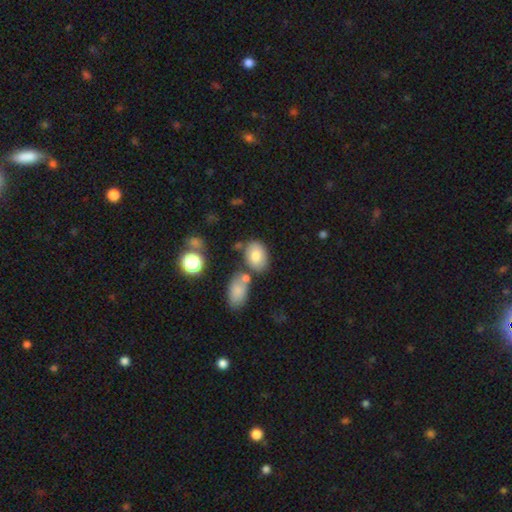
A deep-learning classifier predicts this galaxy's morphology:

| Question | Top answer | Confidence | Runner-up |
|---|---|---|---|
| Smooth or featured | smooth | 77% | featured or disk (14%) |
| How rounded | in between | 78% | round (20%) |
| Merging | none | 66% | merger (15%) |